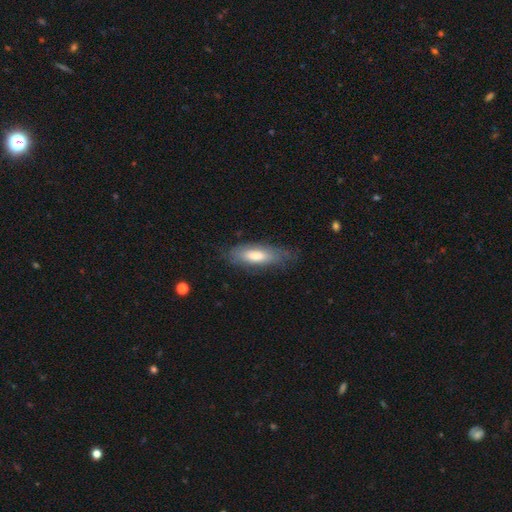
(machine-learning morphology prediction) Smooth or featured: smooth — 66% (featured or disk — 28%)
How rounded: in between — 58% (cigar-shaped — 41%)
Merging: none — 69% (minor disturbance — 22%)